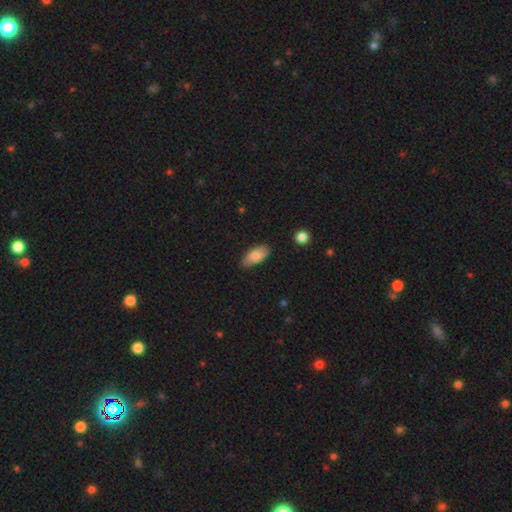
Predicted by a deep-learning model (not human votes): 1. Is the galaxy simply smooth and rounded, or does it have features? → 83% smooth, 10% featured or disk, 7% star or artifact.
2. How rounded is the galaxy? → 89% in between, 9% cigar-shaped, 2% round.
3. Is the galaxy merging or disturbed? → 83% none, 13% minor disturbance, 2% major disturbance, 1% merger.